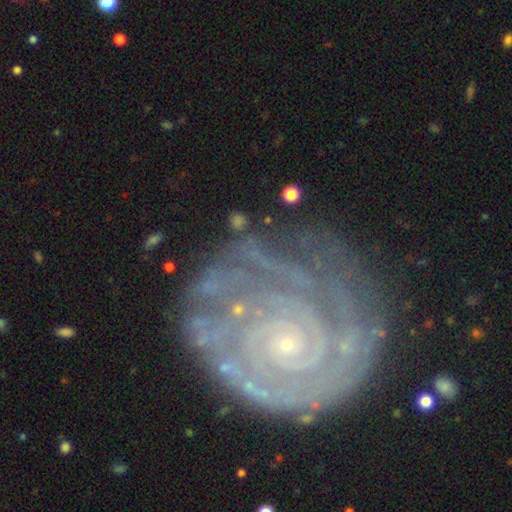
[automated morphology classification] type=featured or disk (88%); edge-on=no (98%); bar=no (80%); spiral arms=yes (97%); winding=tight (83%); arm count=2 (30%); bulge=small (87%); merging=none (65%).